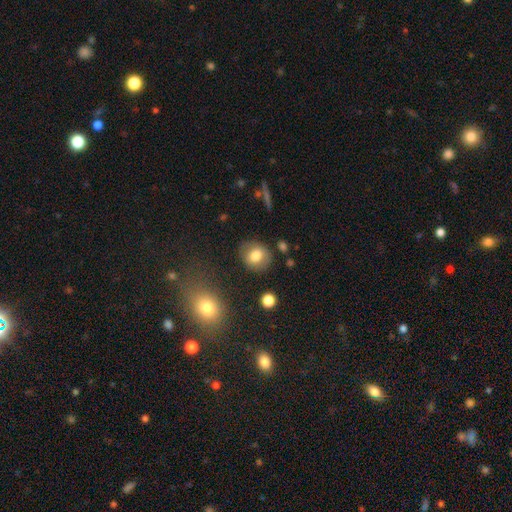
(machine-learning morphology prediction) Smooth or featured? Predicted: smooth (p=0.75). How rounded? Predicted: round (p=0.66). Merging? Predicted: none (p=0.82).